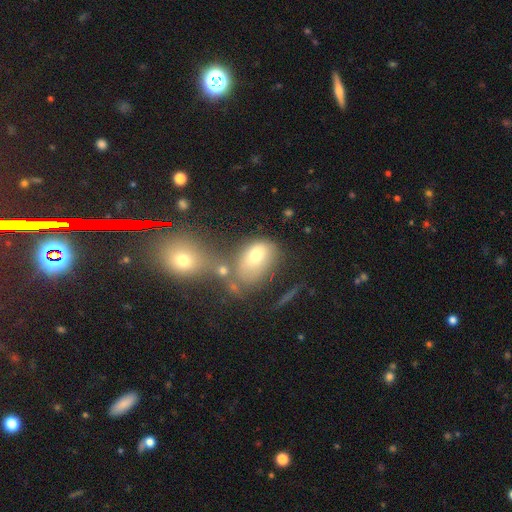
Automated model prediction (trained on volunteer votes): Morphology: type=smooth (67%); roundness=in between (78%); merging=none (42%).